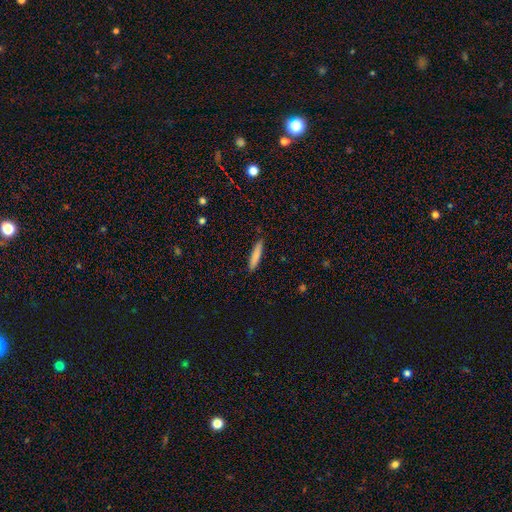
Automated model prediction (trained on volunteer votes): Morphology: type=smooth (81%); roundness=cigar-shaped (90%); merging=none (89%).